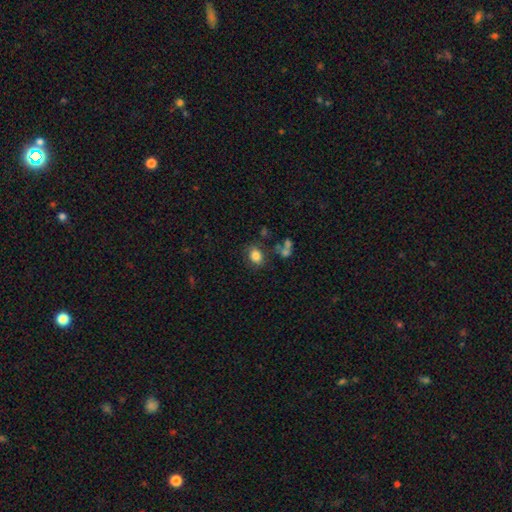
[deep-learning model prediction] This appears to be a smooth galaxy with no disk features (82%) that is in between round and cigar-shaped (56%). Merging: none (74%).